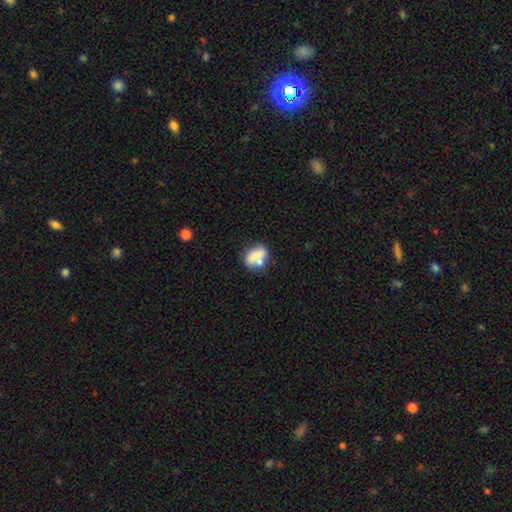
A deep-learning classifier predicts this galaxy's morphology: Smooth or featured: smooth — 68% (featured or disk — 24%)
How rounded: in between — 70% (round — 24%)
Merging: none — 46% (merger — 29%)